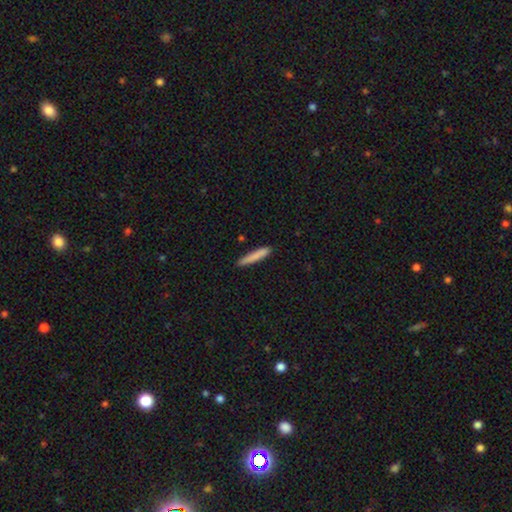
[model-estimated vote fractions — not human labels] A smooth galaxy with no disk features (83%) that is cigar-shaped (93%).

Vote fractions:
- Smooth or featured? smooth: 83% / featured or disk: 11% / star or artifact: 6%
- How rounded? cigar-shaped: 93% / in between: 5% / round: 1%
- Merging? none: 87% / minor disturbance: 10% / major disturbance: 2% / merger: 2%